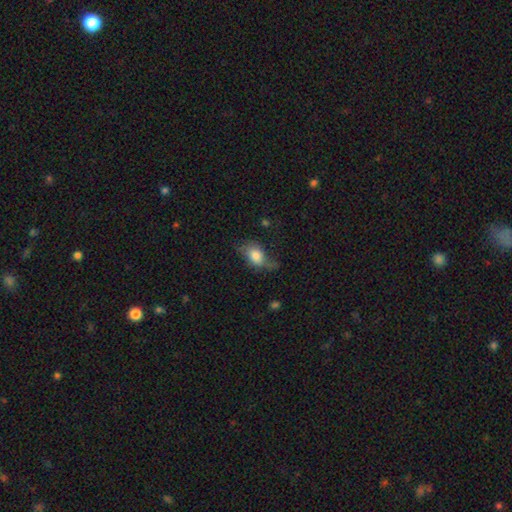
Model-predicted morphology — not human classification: Smooth or featured? smooth (68%)
How rounded? in between (82%)
Merging? none (43%)